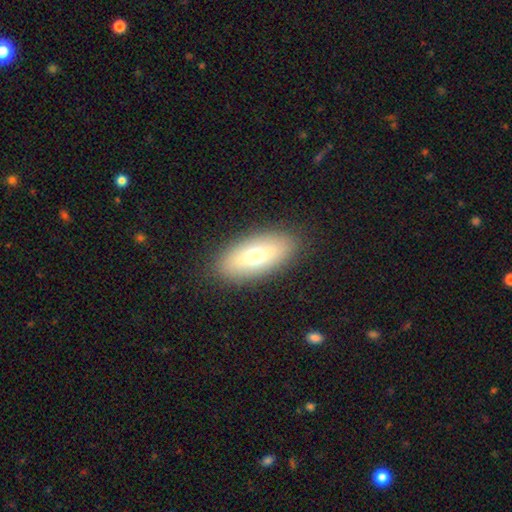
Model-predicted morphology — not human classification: smooth 65%, featured or disk 28%, star or artifact 7%. Down the decision tree: how rounded — in between (83%); merging — none (89%).